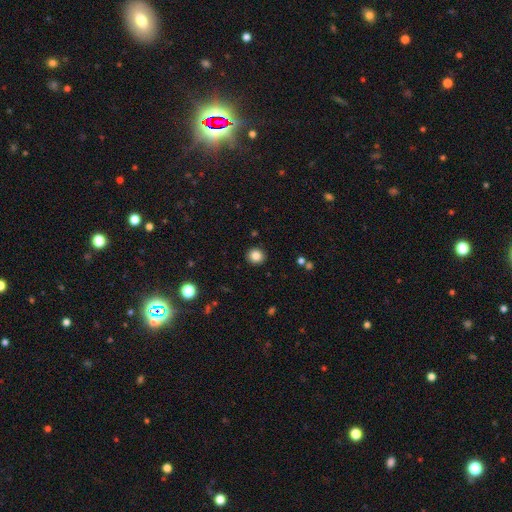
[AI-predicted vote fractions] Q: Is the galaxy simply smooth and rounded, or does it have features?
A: smooth — 84%.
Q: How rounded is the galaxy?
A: round — 89%.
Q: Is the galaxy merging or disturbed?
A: none — 92%.